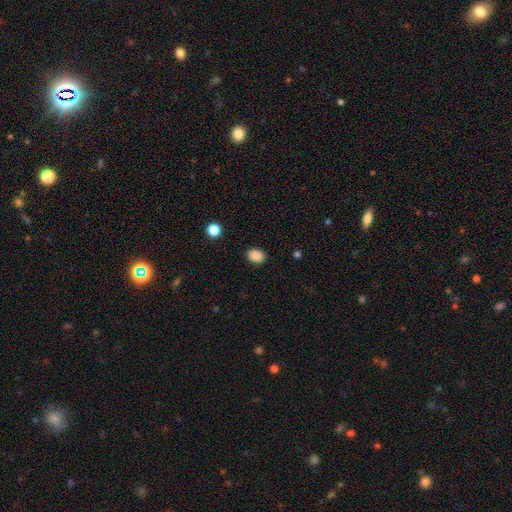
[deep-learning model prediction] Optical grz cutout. It shows a smooth galaxy with no disk features (87%) that is in between round and cigar-shaped (65%). Merging: none (88%).